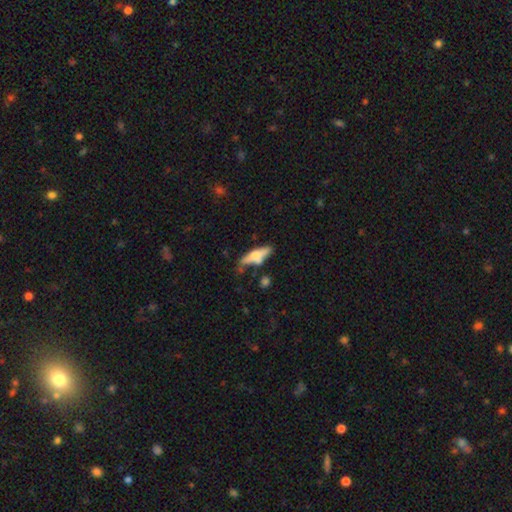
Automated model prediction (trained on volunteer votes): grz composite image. It shows a smooth galaxy with no disk features (49%). Merging: none (52%).